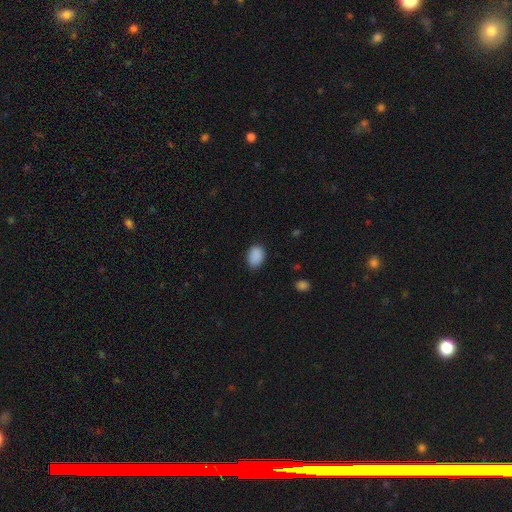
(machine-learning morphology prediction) smooth_or_featured: smooth (p=0.89) [alt: star or artifact p=0.08]
how_rounded: in between (p=0.73) [alt: round p=0.26]
merging: none (p=0.82) [alt: minor disturbance p=0.14]